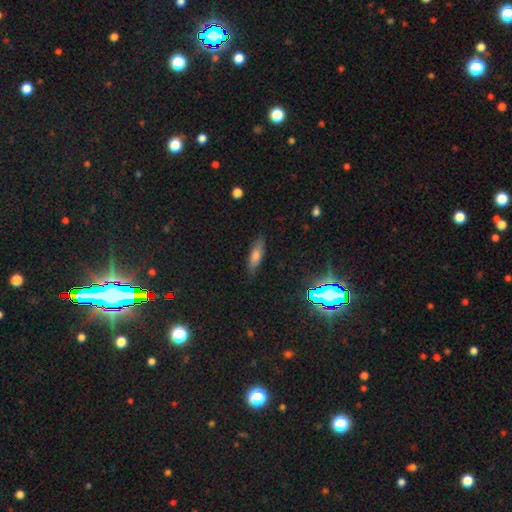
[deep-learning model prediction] A smooth galaxy with no disk features (66%) that is in between round and cigar-shaped (49%).

Vote fractions:
- Smooth or featured? smooth: 66% / featured or disk: 20% / star or artifact: 14%
- How rounded? in between: 49% / cigar-shaped: 48% / round: 3%
- Merging? none: 81% / minor disturbance: 14% / major disturbance: 3% / merger: 1%